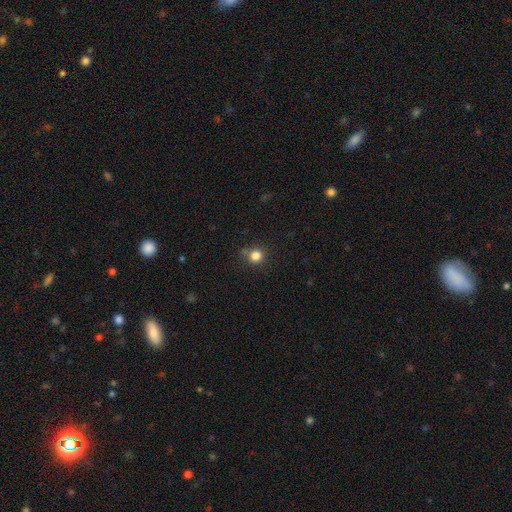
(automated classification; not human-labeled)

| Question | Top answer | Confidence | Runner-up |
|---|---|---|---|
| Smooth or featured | smooth | 82% | star or artifact (13%) |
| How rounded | round | 92% | in between (7%) |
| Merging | none | 80% | minor disturbance (12%) |